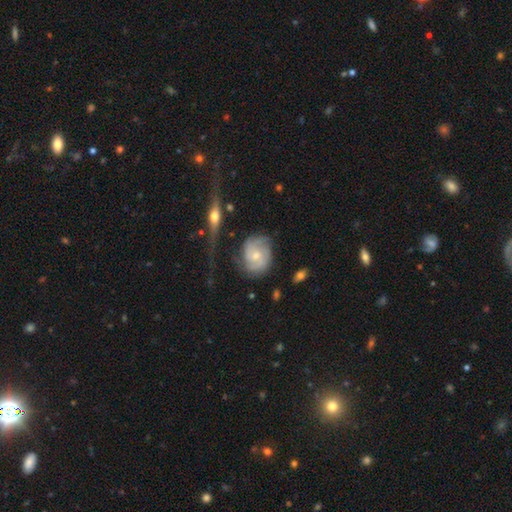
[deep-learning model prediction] Smooth or featured?
  - featured or disk: 69% *
  - smooth: 25%
  - star or artifact: 7%
Edge-on disk?
  - no: 96% *
  - yes: 4%
Bar?
  - no: 69% *
  - weak: 26%
  - strong: 4%
Spiral arms?
  - yes: 89% *
  - no: 11%
Spiral winding?
  - tight: 47% *
  - medium: 37%
  - loose: 16%
Spiral arm count?
  - 2: 40% *
  - can't tell: 27%
  - 3: 20%
  - 4: 5%
  - 1: 5%
  - more than 4: 4%
Bulge size?
  - small: 58% *
  - moderate: 37%
  - none: 2%
  - large: 2%
  - dominant: 1%
Merging?
  - none: 60% *
  - minor disturbance: 23%
  - major disturbance: 13%
  - merger: 4%